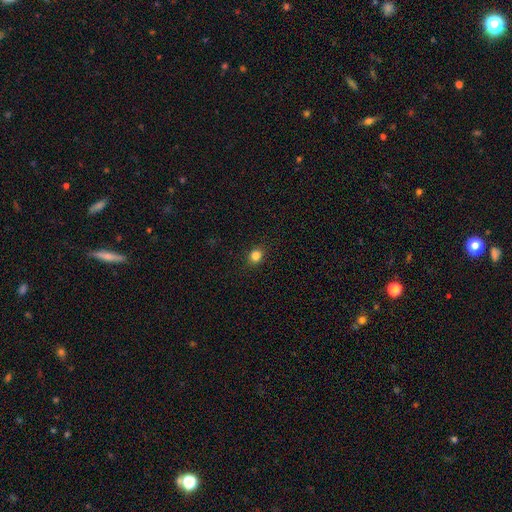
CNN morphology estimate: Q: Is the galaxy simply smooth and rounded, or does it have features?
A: smooth — 83%.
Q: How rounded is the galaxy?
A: round — 77%.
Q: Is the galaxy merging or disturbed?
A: none — 90%.